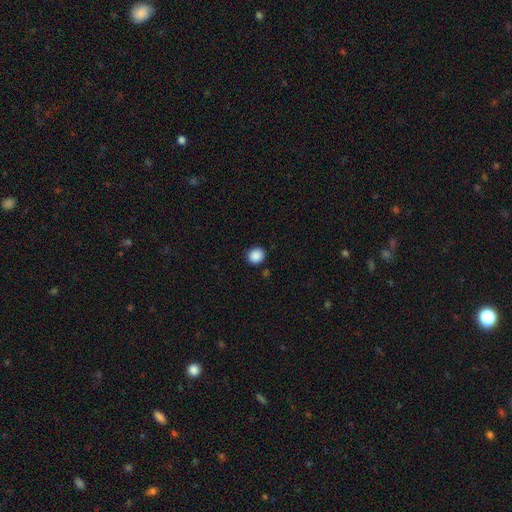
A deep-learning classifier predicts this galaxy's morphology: Smooth or featured: smooth — 89% (star or artifact — 9%)
How rounded: round — 86% (in between — 13%)
Merging: none — 90% (minor disturbance — 7%)